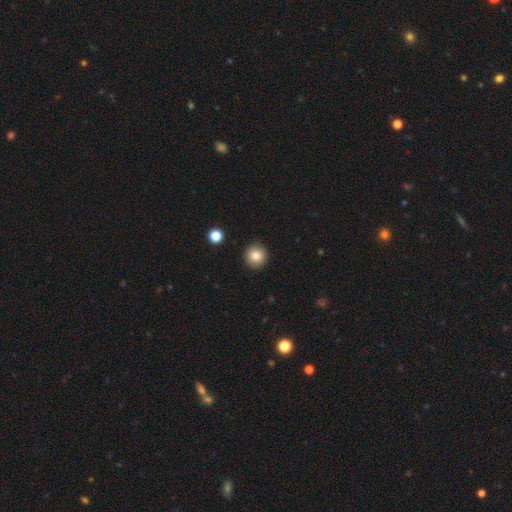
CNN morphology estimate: This is clearly a smooth galaxy (83%). How rounded: clearly round (94%). Merging: clearly none (91%).